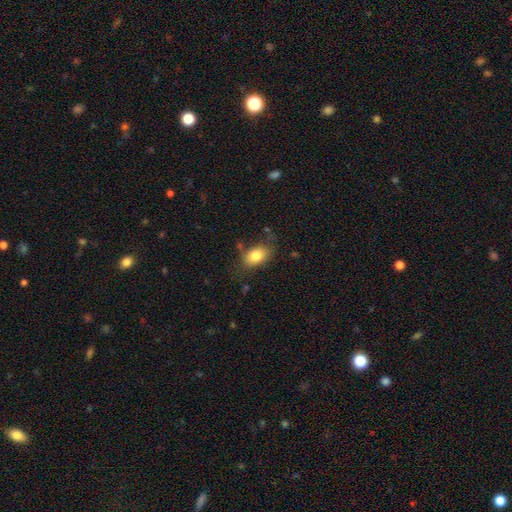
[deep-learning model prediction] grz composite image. It shows a smooth galaxy with no disk features (81%) that is in between round and cigar-shaped (86%). Merging: none (73%).